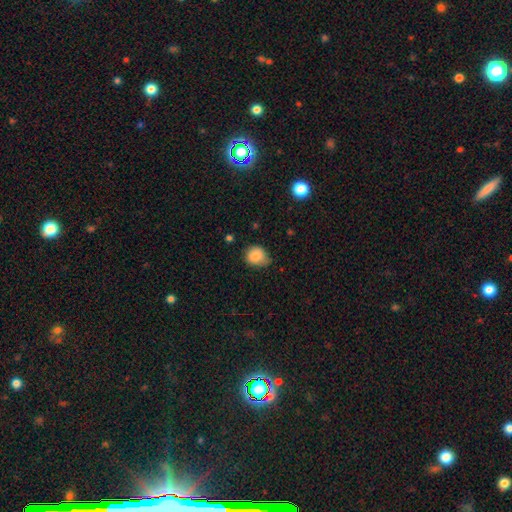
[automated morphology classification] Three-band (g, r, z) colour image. It shows a smooth galaxy with no disk features (84%) that is round (70%). Merging: none (57%).